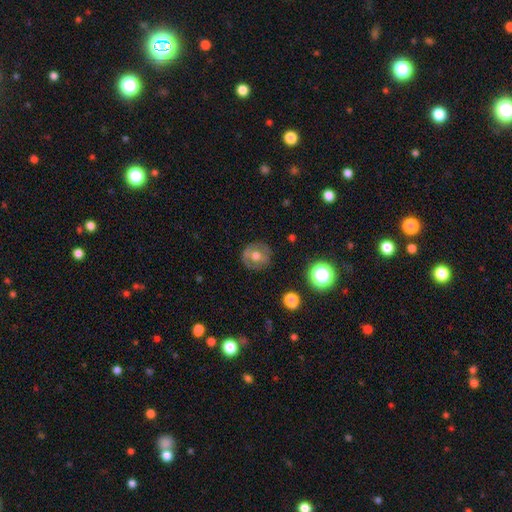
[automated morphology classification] smooth 53%, featured or disk 36%, star or artifact 10%. Down the decision tree: how rounded — round (88%); merging — none (83%).